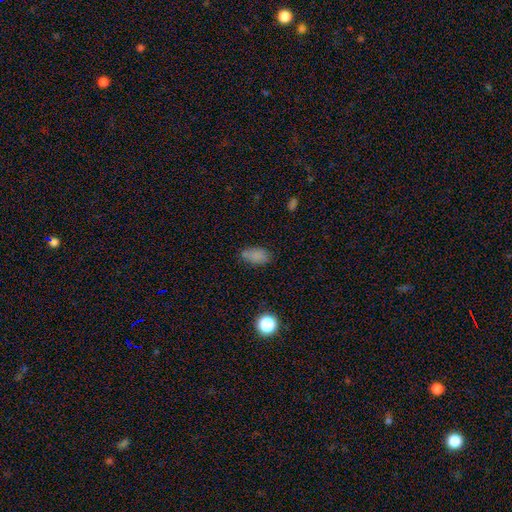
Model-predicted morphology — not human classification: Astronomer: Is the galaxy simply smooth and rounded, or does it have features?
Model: smooth — 80%.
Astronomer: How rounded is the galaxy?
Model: in between — 91%.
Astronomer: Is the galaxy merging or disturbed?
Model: none — 70%.